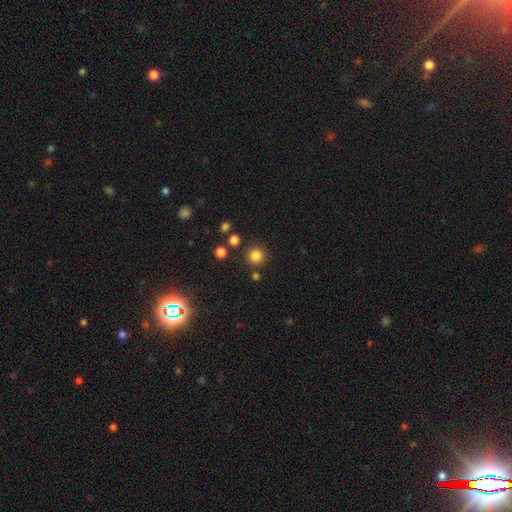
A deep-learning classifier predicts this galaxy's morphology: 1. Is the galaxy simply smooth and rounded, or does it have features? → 83% smooth, 13% star or artifact, 4% featured or disk.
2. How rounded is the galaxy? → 94% round, 5% in between, 1% cigar-shaped.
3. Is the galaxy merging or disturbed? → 85% none, 7% minor disturbance, 5% merger, 3% major disturbance.